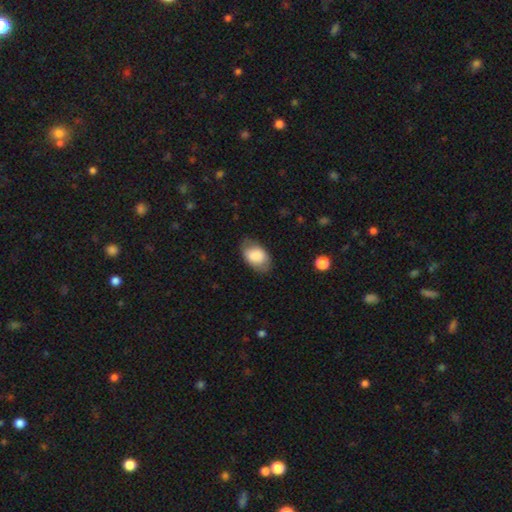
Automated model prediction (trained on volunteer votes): Overall: smooth (79%). How rounded: in between (90%). Merging: none (74%).